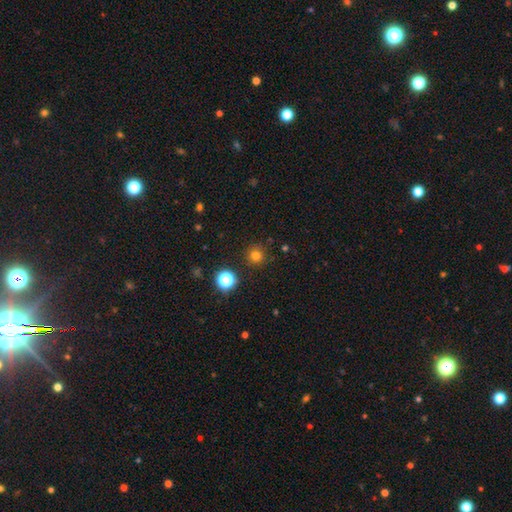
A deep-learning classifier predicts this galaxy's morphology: Smooth or featured? Predicted: smooth (p=0.77). How rounded? Predicted: round (p=0.95). Merging? Predicted: none (p=0.89).